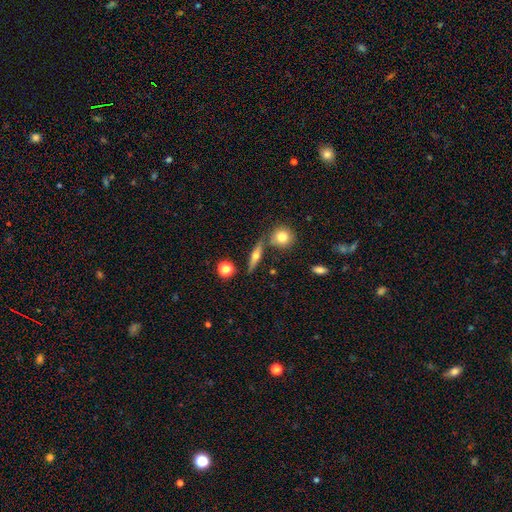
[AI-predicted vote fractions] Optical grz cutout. It shows a featured or disk galaxy (58%) viewed edge-on (92%) with a rounded central bulge (93%). Merging: none (77%).